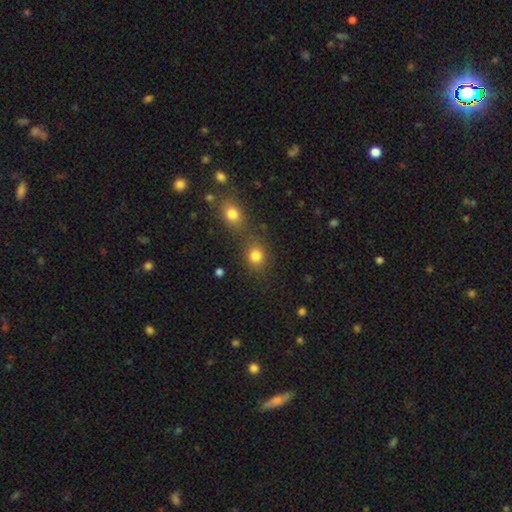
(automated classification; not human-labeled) A smooth galaxy with no disk features (81%) that is round (75%). Merging: none (57%).